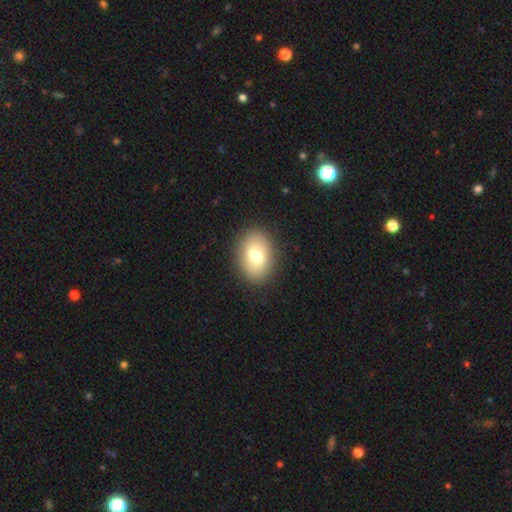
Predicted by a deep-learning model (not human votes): smooth-or-featured: smooth: 75% | featured or disk: 17% | star or artifact: 8%
  how-rounded: in between: 82% | round: 17% | cigar-shaped: 1%
  merging: none: 88% | minor disturbance: 8% | major disturbance: 3% | merger: 1%